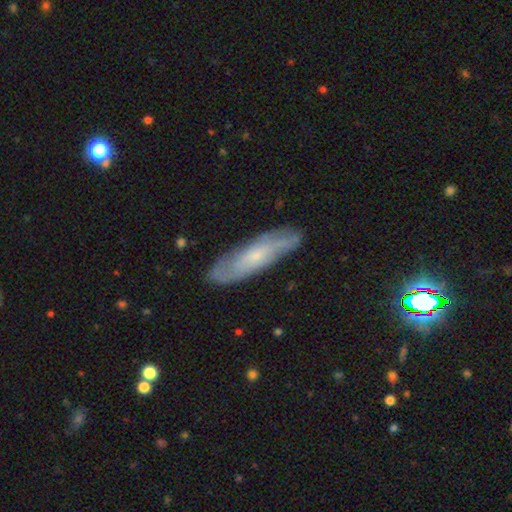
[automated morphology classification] A featured or disk galaxy (60%). Merging: none (82%).